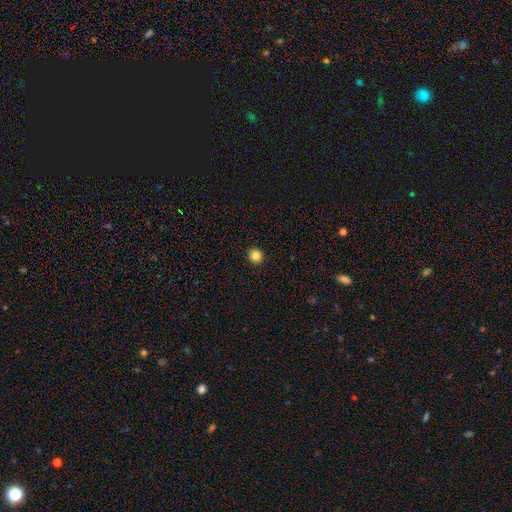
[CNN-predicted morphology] smooth 83%, star or artifact 12%, featured or disk 5%. Down the decision tree: how rounded — round (94%); merging — none (94%).